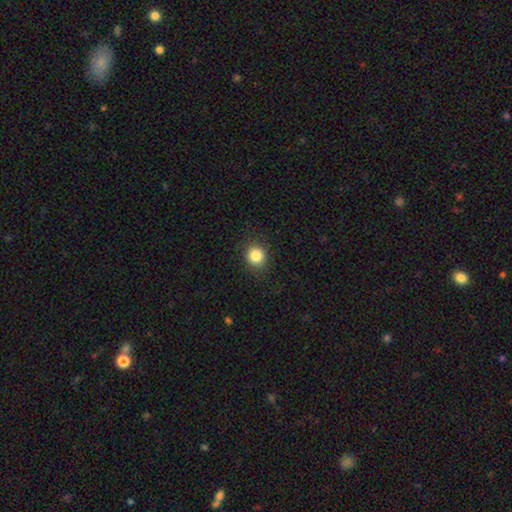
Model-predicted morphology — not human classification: Q: Smooth or featured?
A: smooth (85%); runner-up: star or artifact (10%)
Q: How rounded?
A: round (86%); runner-up: in between (13%)
Q: Merging?
A: none (89%); runner-up: minor disturbance (8%)